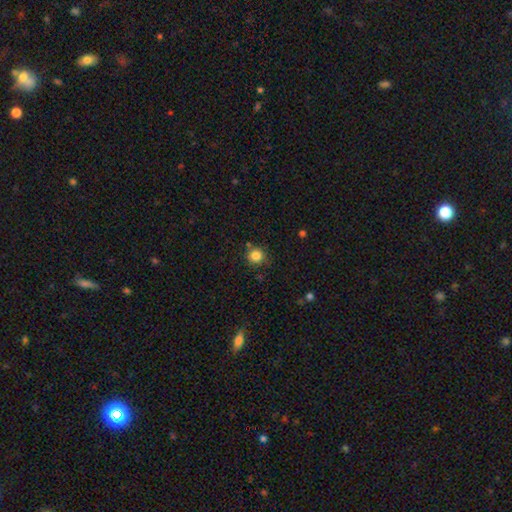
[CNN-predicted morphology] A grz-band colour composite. It shows a smooth galaxy with no disk features (84%) that is round (91%). Merging: none (80%).